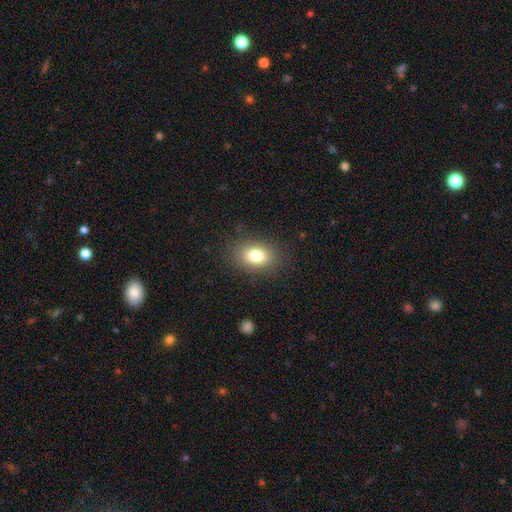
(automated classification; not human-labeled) Q: Smooth or featured?
A: smooth (81%); runner-up: star or artifact (10%)
Q: How rounded?
A: in between (75%); runner-up: round (24%)
Q: Merging?
A: none (85%); runner-up: minor disturbance (10%)